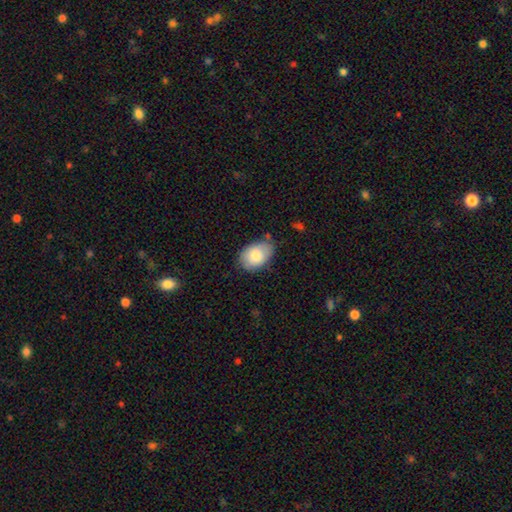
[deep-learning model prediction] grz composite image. It shows a smooth galaxy with no disk features (82%) that is in between round and cigar-shaped (86%). Merging: none (69%).